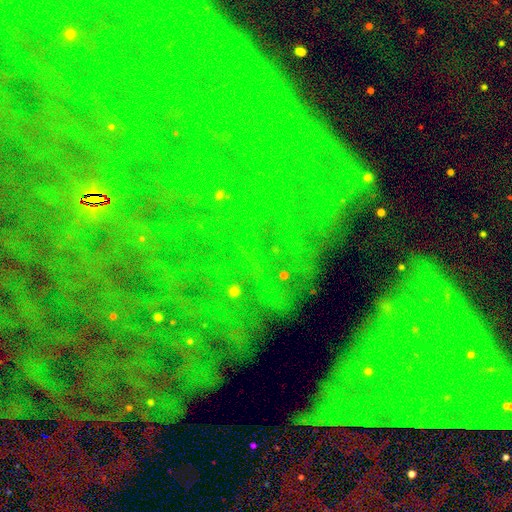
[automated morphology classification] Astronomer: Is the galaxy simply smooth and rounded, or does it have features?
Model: star or artifact — 84%.